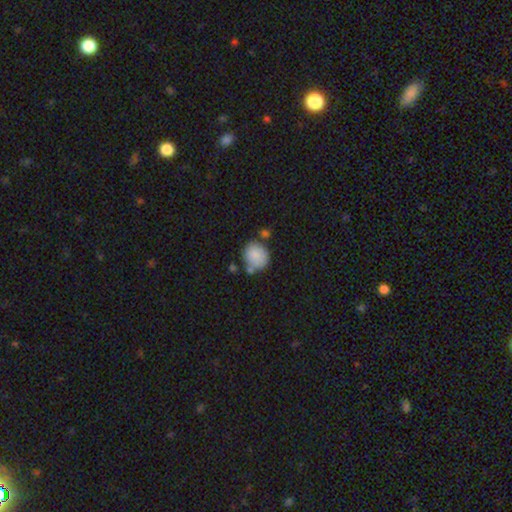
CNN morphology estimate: Smooth or featured?
  - smooth: 83% *
  - featured or disk: 9%
  - star or artifact: 8%
How rounded?
  - round: 77% *
  - in between: 22%
  - cigar-shaped: 1%
Merging?
  - none: 60% *
  - minor disturbance: 19%
  - merger: 16%
  - major disturbance: 5%